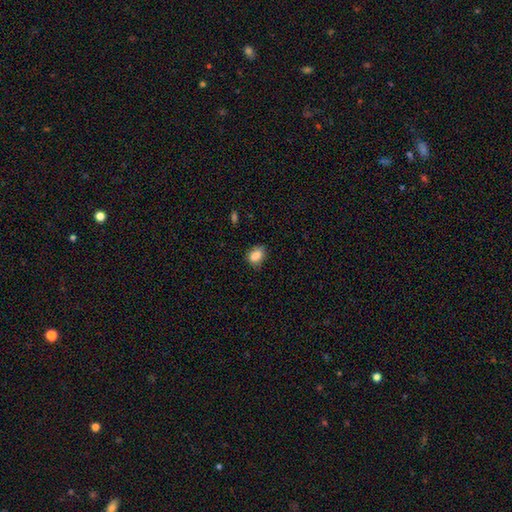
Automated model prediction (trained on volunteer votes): Smooth or featured? smooth (86%)
How rounded? in between (70%)
Merging? none (73%)